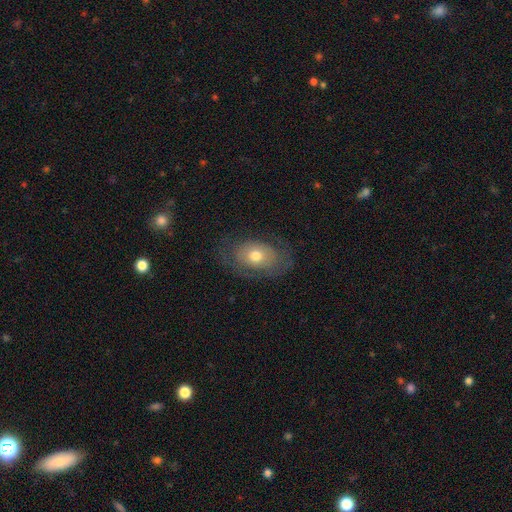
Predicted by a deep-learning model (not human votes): A smooth galaxy with no disk features (54%) that is in between round and cigar-shaped (77%). Merging: none (66%).